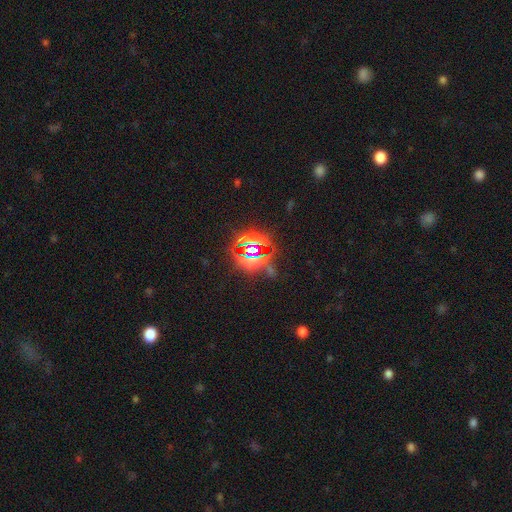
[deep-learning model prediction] Smooth or featured? Predicted: star or artifact (p=0.81).